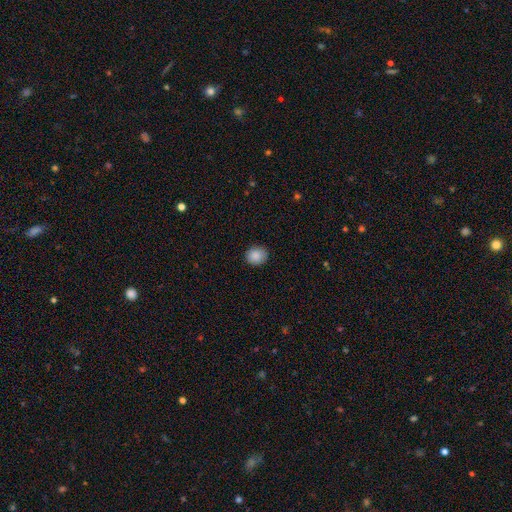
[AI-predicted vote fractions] The model was most divided on "how rounded": round: 74%, in between: 25%, cigar-shaped: 1%. More confident: smooth or featured — smooth (88%); merging — none (88%).